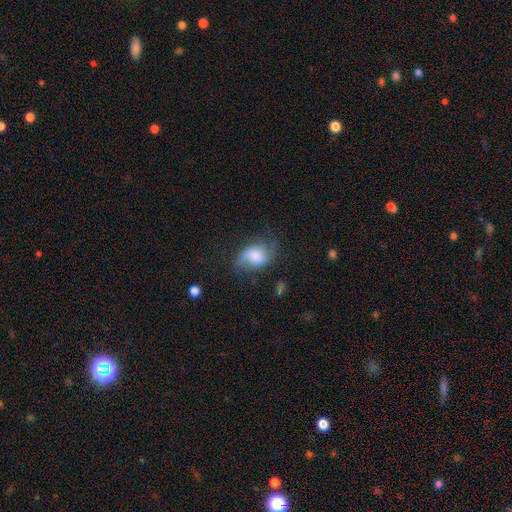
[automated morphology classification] Smooth or featured?
  - smooth: 52% *
  - featured or disk: 39%
  - star or artifact: 9%
How rounded?
  - in between: 73% *
  - round: 25%
  - cigar-shaped: 2%
Merging?
  - none: 45% *
  - minor disturbance: 30%
  - major disturbance: 22%
  - merger: 3%